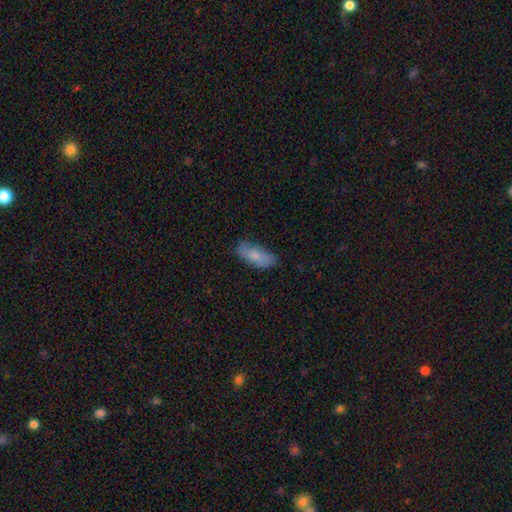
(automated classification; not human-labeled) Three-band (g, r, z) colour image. It shows a smooth galaxy with no disk features (78%) that is in between round and cigar-shaped (81%). Merging: none (71%).